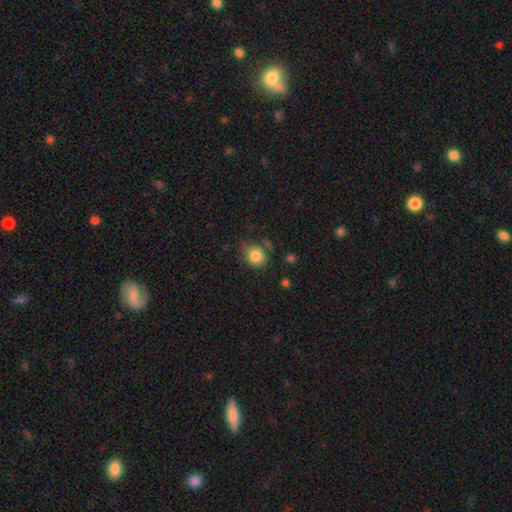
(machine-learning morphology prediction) The model was most divided on "how rounded": round: 63%, in between: 36%, cigar-shaped: 1%. More confident: smooth or featured — smooth (83%); merging — none (61%).